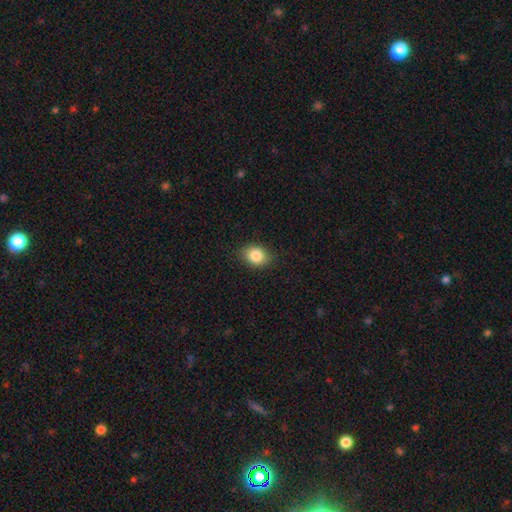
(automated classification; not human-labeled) Smooth or featured? Predicted: smooth (p=0.85). How rounded? Predicted: in between (p=0.55). Merging? Predicted: none (p=0.84).